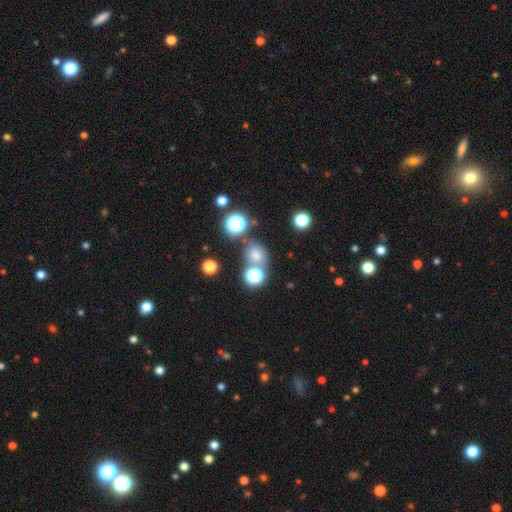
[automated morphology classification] Q: Smooth or featured?
A: smooth (68%); runner-up: star or artifact (24%)
Q: How rounded?
A: round (72%); runner-up: in between (26%)
Q: Merging?
A: none (67%); runner-up: merger (17%)